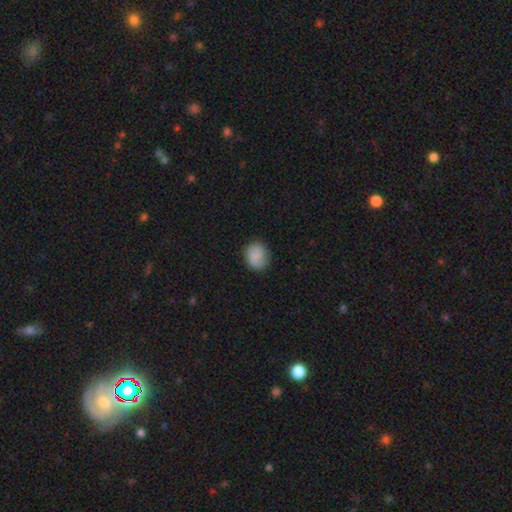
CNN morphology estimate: A smooth galaxy with no disk features (86%) that is round (70%). Merging: none (79%).